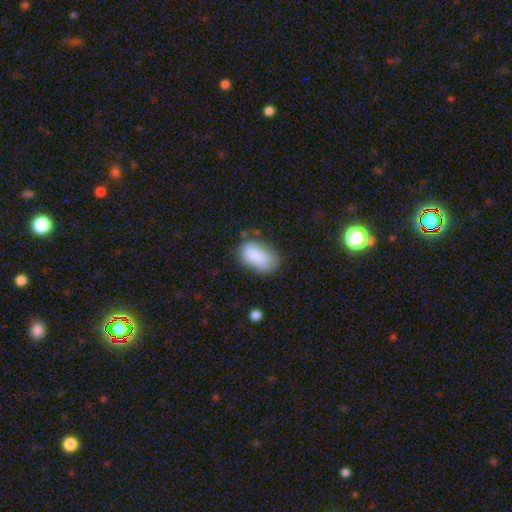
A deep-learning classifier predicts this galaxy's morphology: smooth 85%, featured or disk 8%, star or artifact 7%. Down the decision tree: how rounded — in between (92%); merging — none (61%).